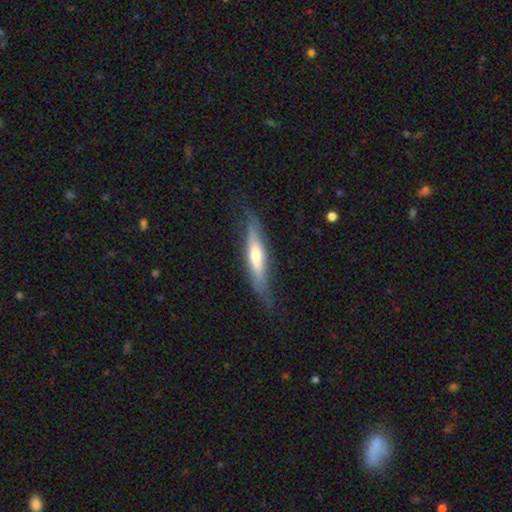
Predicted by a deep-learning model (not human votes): smooth-or-featured: featured or disk: 54% | smooth: 41% | star or artifact: 5%
  disk-edge-on: yes: 84% | no: 16%
  merging: none: 74% | minor disturbance: 19% | major disturbance: 6% | merger: 1%